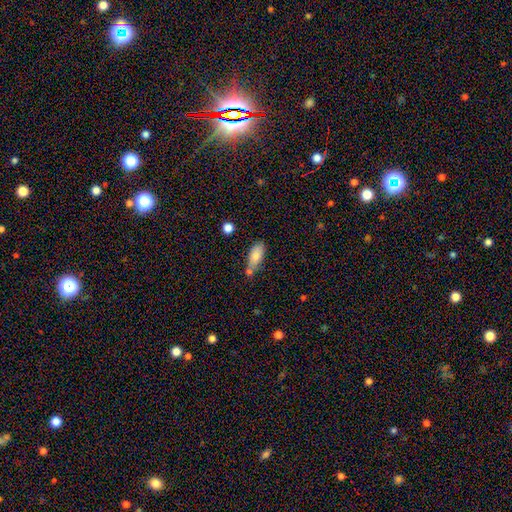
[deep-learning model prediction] Smooth or featured?
  - smooth: 79% *
  - featured or disk: 14%
  - star or artifact: 8%
How rounded?
  - in between: 84% *
  - cigar-shaped: 13%
  - round: 3%
Merging?
  - none: 57% *
  - minor disturbance: 21%
  - merger: 17%
  - major disturbance: 5%